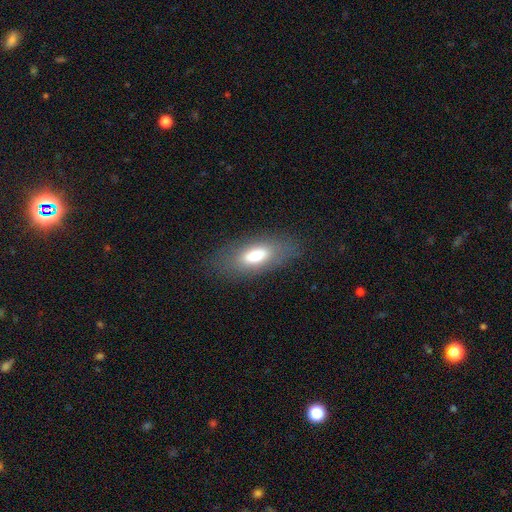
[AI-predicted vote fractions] Q: Smooth or featured?
A: smooth (73%); runner-up: featured or disk (19%)
Q: How rounded?
A: in between (81%); runner-up: cigar-shaped (16%)
Q: Merging?
A: none (80%); runner-up: minor disturbance (13%)